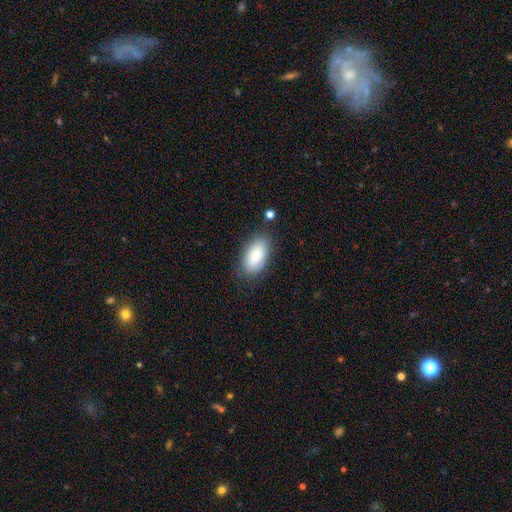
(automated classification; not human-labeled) A smooth galaxy with no disk features (85%) that is in between round and cigar-shaped (93%).

Vote fractions:
- Smooth or featured? smooth: 85% / featured or disk: 9% / star or artifact: 7%
- How rounded? in between: 93% / round: 4% / cigar-shaped: 3%
- Merging? none: 79% / minor disturbance: 14% / major disturbance: 4% / merger: 3%